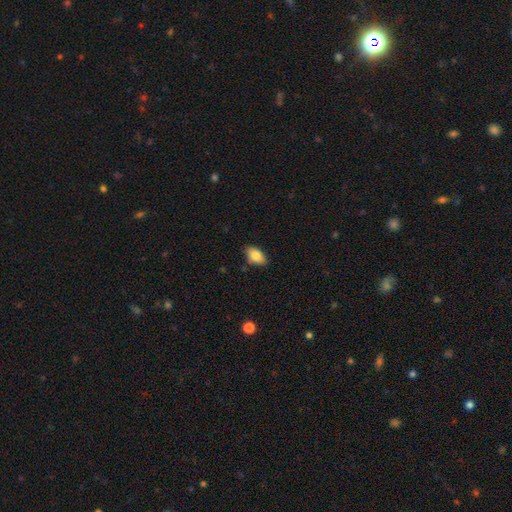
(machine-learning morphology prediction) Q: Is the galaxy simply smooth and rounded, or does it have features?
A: smooth — 85%.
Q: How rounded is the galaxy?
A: in between — 91%.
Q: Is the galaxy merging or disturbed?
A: none — 82%.